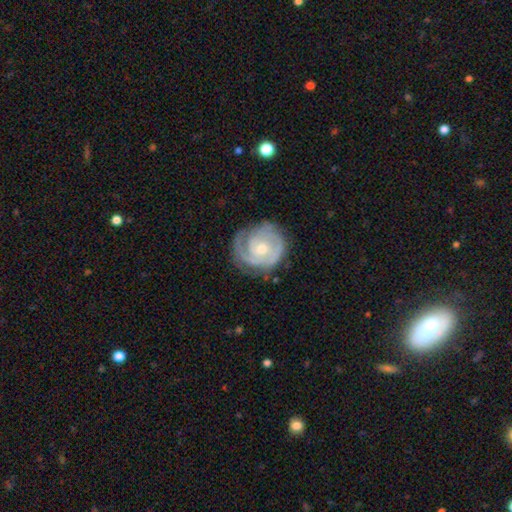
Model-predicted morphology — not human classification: This appears to be a featured or disk galaxy (84%) with no bar (74%), 2 (37%) tight (68%) spiral arms (95%) and a small central bulge (51%). Merging: none (70%).